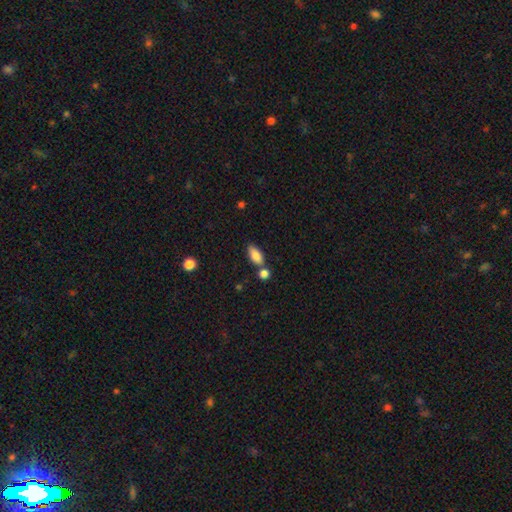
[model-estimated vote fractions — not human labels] smooth-or-featured: smooth: 83% | featured or disk: 10% | star or artifact: 7%
  how-rounded: in between: 86% | cigar-shaped: 10% | round: 4%
  merging: none: 65% | merger: 19% | minor disturbance: 13% | major disturbance: 3%